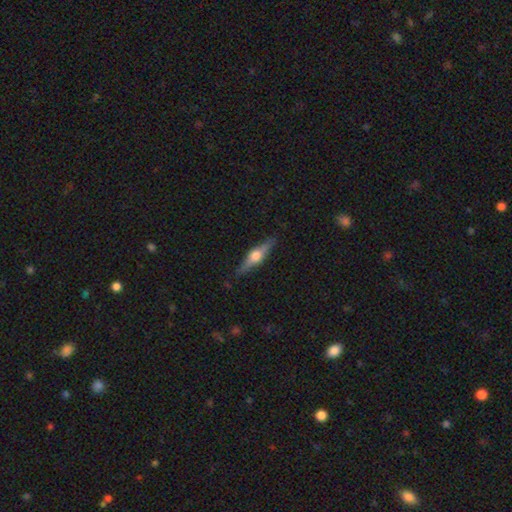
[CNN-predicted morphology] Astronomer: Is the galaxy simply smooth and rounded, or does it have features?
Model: featured or disk — 74%.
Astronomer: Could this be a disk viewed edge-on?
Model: yes — 97%.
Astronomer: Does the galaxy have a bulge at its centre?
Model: rounded — 94%.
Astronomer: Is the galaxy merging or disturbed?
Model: none — 88%.